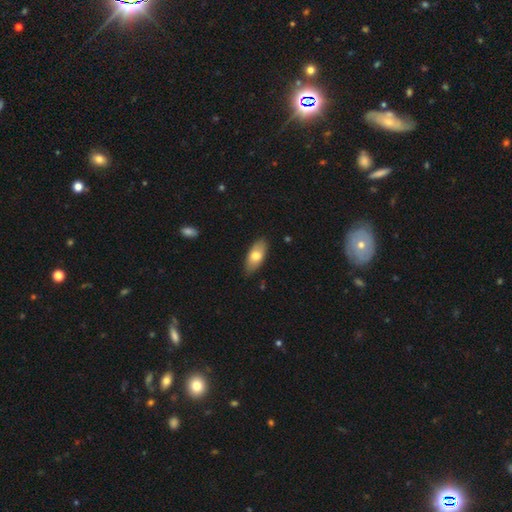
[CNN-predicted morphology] smooth 72%, featured or disk 22%, star or artifact 6%. Down the decision tree: how rounded — in between (86%); merging — none (85%).